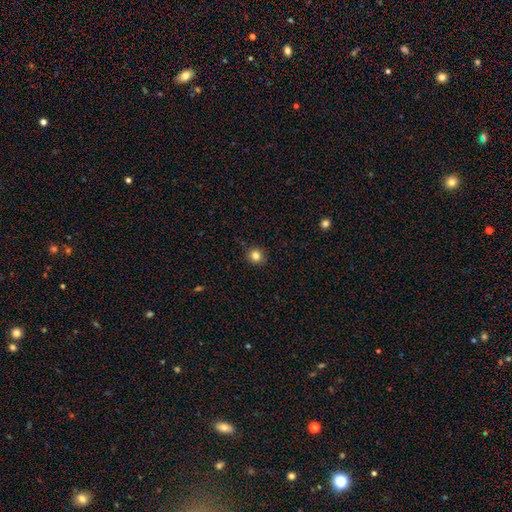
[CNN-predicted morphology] Smooth or featured: smooth — 82% (star or artifact — 12%)
How rounded: round — 88% (in between — 11%)
Merging: none — 90% (minor disturbance — 7%)